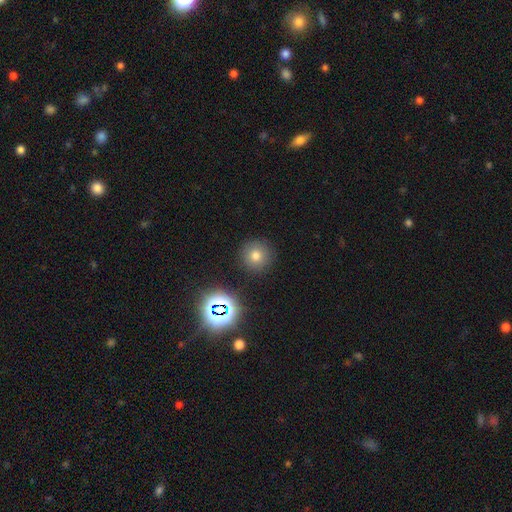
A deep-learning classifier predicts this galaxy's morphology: This is likely a smooth galaxy (70%). How rounded: clearly round (94%). Merging: clearly none (89%).